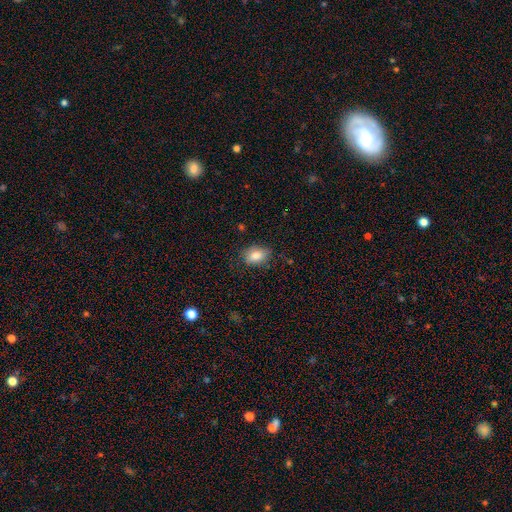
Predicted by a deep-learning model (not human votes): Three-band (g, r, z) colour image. It shows a smooth galaxy with no disk features (84%) that is in between round and cigar-shaped (82%). Merging: none (77%).